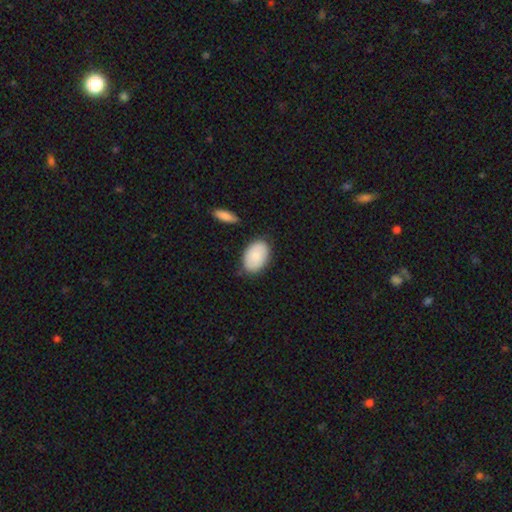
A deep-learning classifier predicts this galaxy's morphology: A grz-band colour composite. It shows a smooth galaxy with no disk features (86%) that is in between round and cigar-shaped (90%). Merging: none (80%).